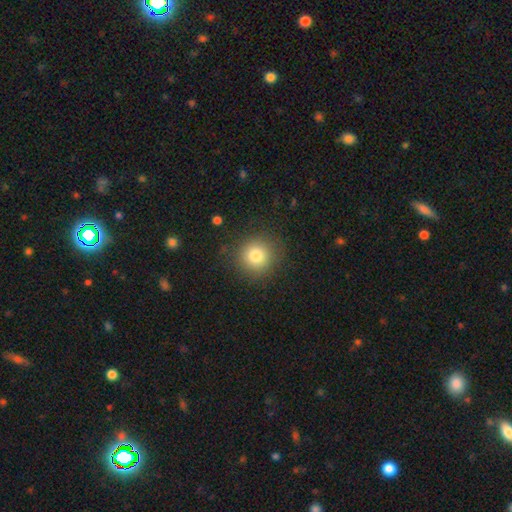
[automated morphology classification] Q: Smooth or featured?
A: smooth (80%); runner-up: star or artifact (11%)
Q: How rounded?
A: round (92%); runner-up: in between (7%)
Q: Merging?
A: none (86%); runner-up: minor disturbance (9%)